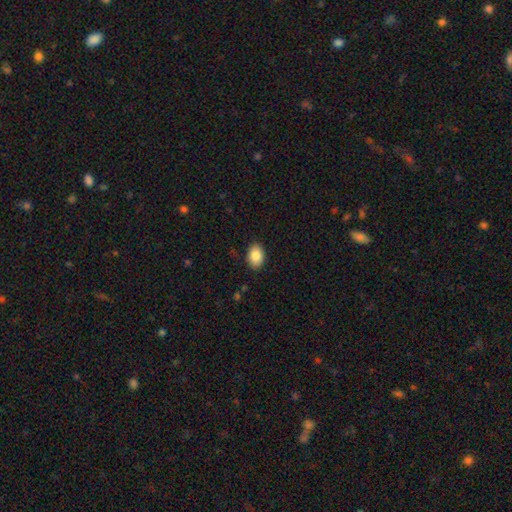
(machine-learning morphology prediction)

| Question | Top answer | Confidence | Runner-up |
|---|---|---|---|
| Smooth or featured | smooth | 86% | star or artifact (8%) |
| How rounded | in between | 79% | round (20%) |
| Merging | none | 88% | minor disturbance (9%) |